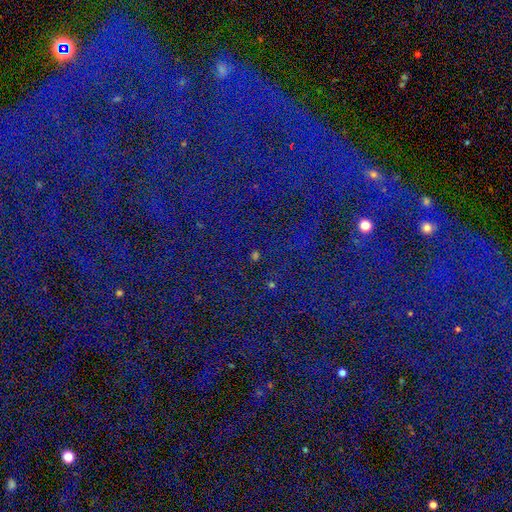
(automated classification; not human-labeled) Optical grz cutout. It shows a star or artifact, not a galaxy (75%).